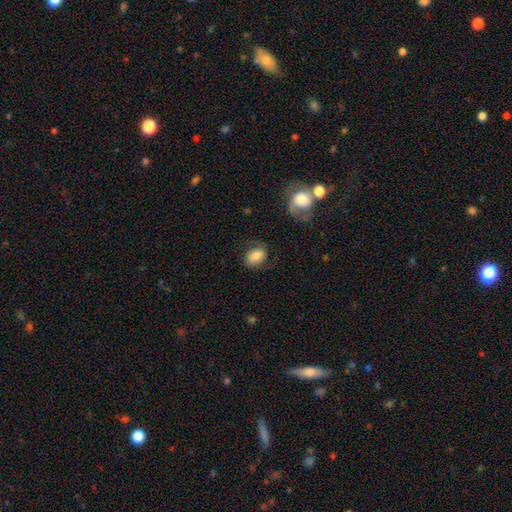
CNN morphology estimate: Overall: smooth (70%). How rounded: in between (77%). Merging: none (69%).